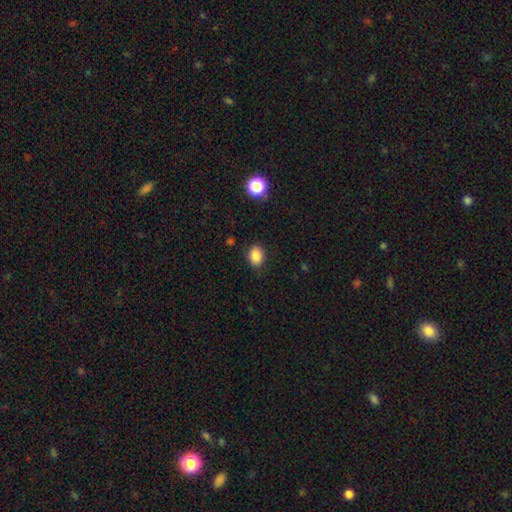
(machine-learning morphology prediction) The model was most divided on "how rounded": in between: 67%, round: 31%, cigar-shaped: 1%. More confident: smooth or featured — smooth (87%); merging — none (86%).